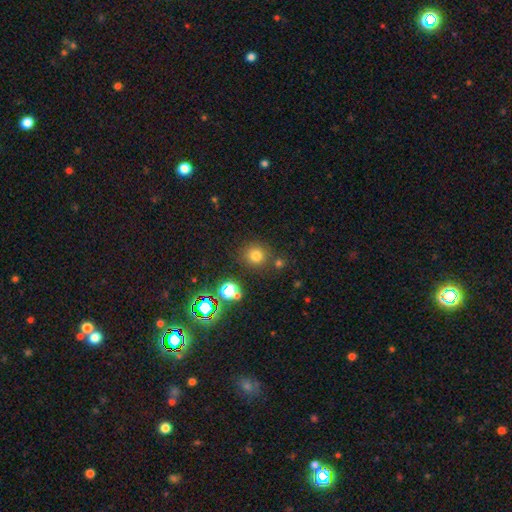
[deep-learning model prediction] smooth_or_featured: smooth (p=0.72) [alt: star or artifact p=0.22]
how_rounded: round (p=0.90) [alt: in between p=0.09]
merging: none (p=0.81) [alt: minor disturbance p=0.09]